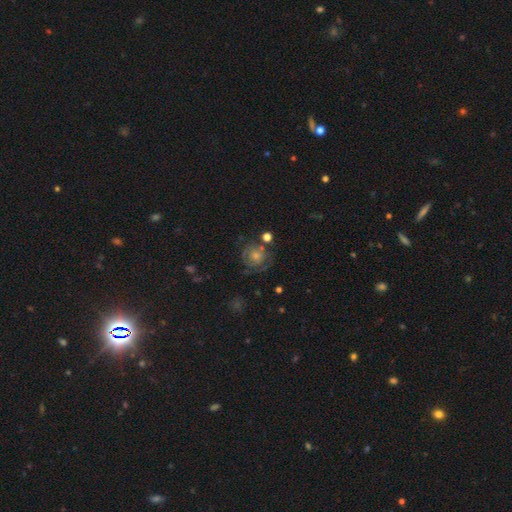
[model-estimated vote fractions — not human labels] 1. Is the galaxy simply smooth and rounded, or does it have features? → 53% featured or disk, 28% smooth, 18% star or artifact.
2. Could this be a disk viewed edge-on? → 97% no, 3% yes.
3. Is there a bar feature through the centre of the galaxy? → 80% no, 16% weak, 4% strong.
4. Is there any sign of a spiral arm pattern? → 79% yes, 21% no.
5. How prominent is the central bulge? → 49% moderate, 37% small, 7% large, 5% none, 2% dominant.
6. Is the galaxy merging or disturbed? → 71% none, 15% minor disturbance, 9% major disturbance, 5% merger.